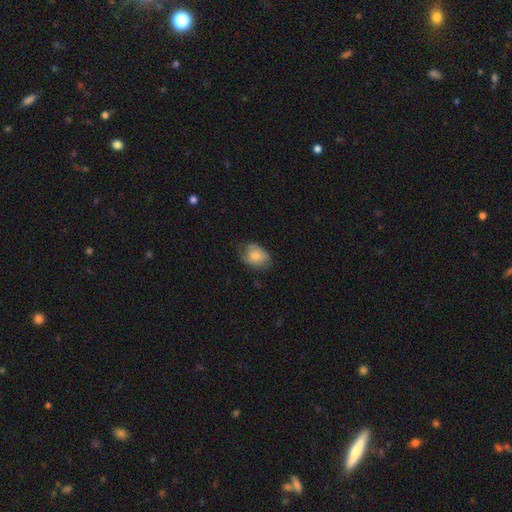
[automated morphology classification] This is likely a smooth galaxy (77%). How rounded: likely in between (71%). Merging: possibly none (56%).